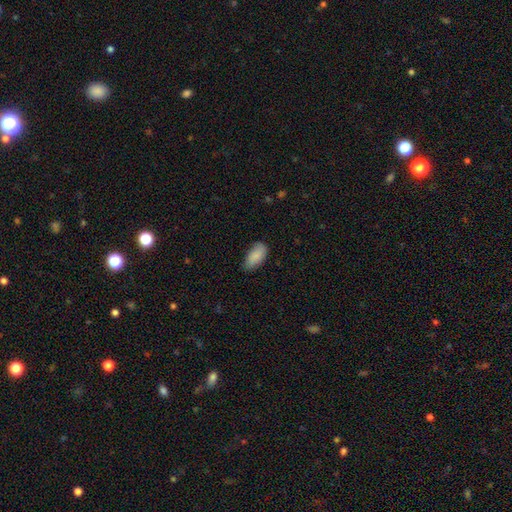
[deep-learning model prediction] smooth_or_featured: smooth (p=0.87) [alt: featured or disk p=0.06]
how_rounded: in between (p=0.93) [alt: cigar-shaped p=0.05]
merging: none (p=0.68) [alt: minor disturbance p=0.27]